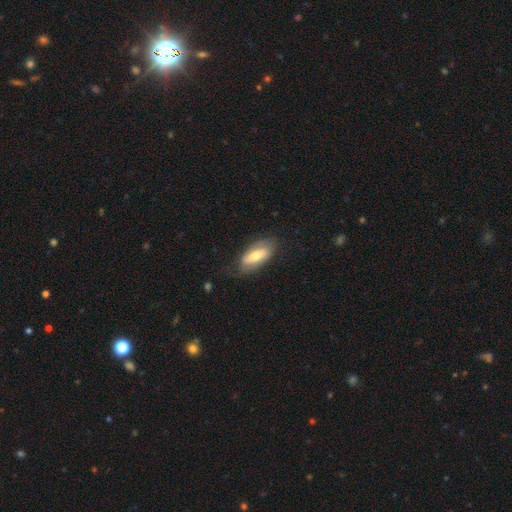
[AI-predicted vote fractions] A smooth galaxy with no disk features (52%) that is in between round and cigar-shaped (83%).

Vote fractions:
- Smooth or featured? smooth: 52% / featured or disk: 42% / star or artifact: 6%
- How rounded? in between: 83% / cigar-shaped: 14% / round: 3%
- Merging? none: 72% / minor disturbance: 21% / major disturbance: 7% / merger: 1%